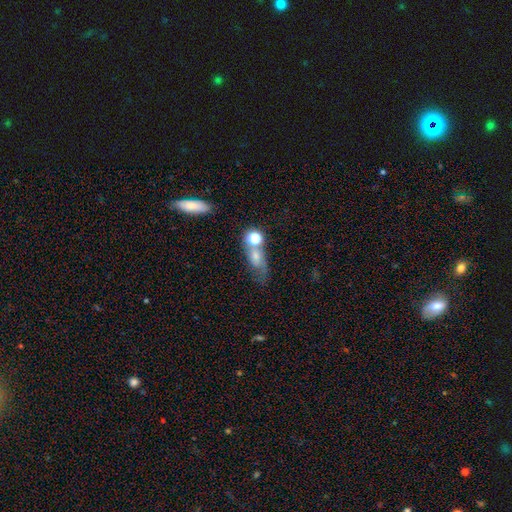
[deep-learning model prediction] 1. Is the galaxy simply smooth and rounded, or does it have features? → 60% smooth, 24% featured or disk, 16% star or artifact.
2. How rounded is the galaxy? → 54% in between, 29% round, 17% cigar-shaped.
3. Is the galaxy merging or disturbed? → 40% none, 30% merger, 17% minor disturbance, 13% major disturbance.